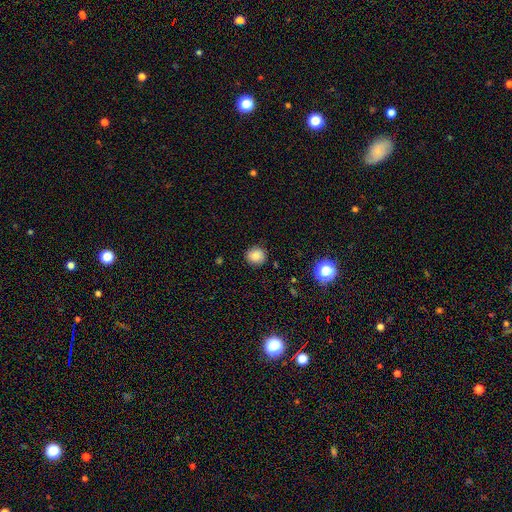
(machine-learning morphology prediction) The model was most divided on "smooth or featured": smooth: 83%, star or artifact: 11%, featured or disk: 5%. More confident: merging — none (89%); how rounded — round (86%).